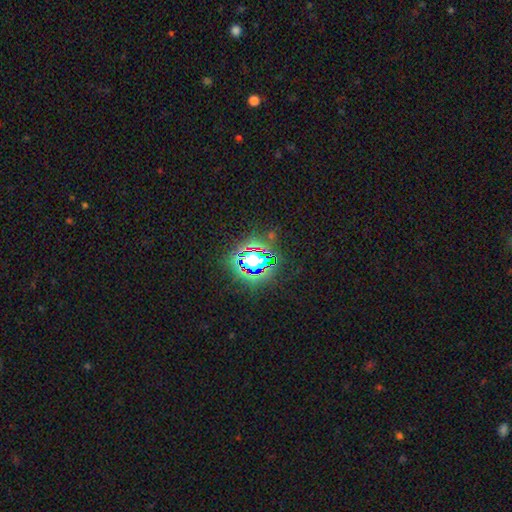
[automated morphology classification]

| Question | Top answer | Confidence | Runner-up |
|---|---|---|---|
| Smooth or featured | star or artifact | 71% | smooth (17%) |